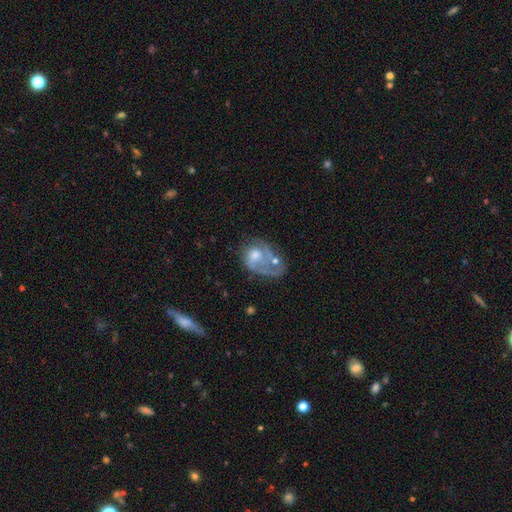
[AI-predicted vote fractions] Smooth or featured? featured or disk (63%)
Edge-on disk? no (97%)
Bar? no (76%)
Spiral arms? yes (59%)
Bulge size? moderate (54%)
Merging? major disturbance (32%)